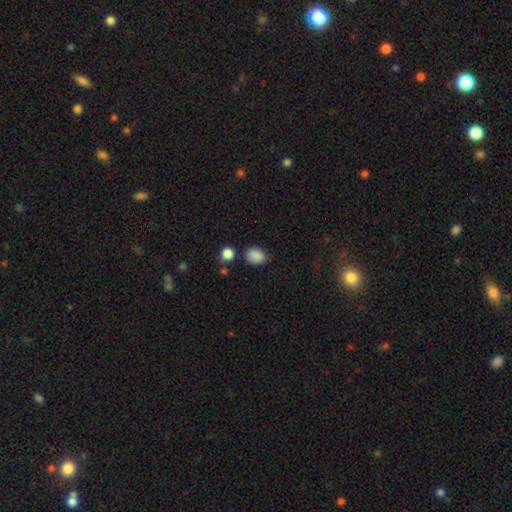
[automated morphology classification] This is clearly a smooth galaxy (86%). How rounded: likely in between (68%). Merging: likely none (72%).